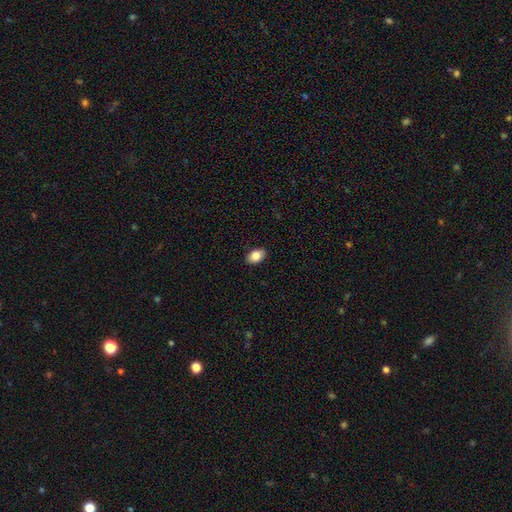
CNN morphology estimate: This appears to be a smooth galaxy with no disk features (86%) that is in between round and cigar-shaped (88%). Merging: none (89%).